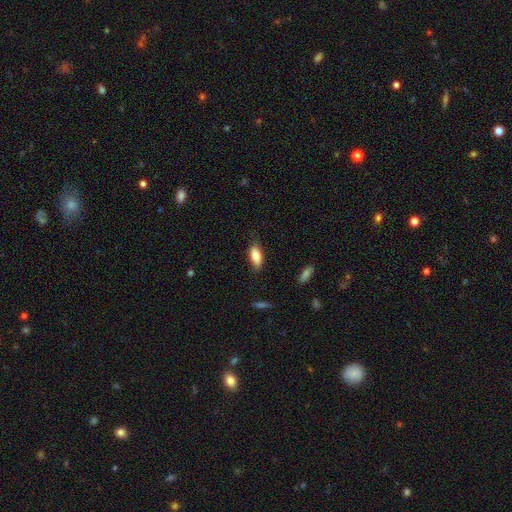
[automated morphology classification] Smooth or featured? Predicted: smooth (p=0.80). How rounded? Predicted: in between (p=0.82). Merging? Predicted: none (p=0.80).